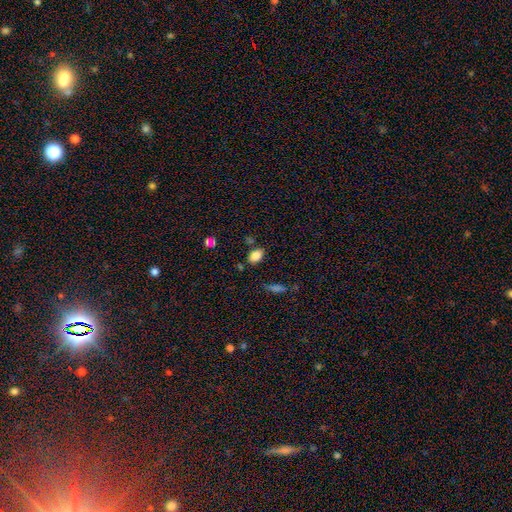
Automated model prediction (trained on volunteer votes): Q: Smooth or featured?
A: smooth (84%); runner-up: star or artifact (10%)
Q: How rounded?
A: in between (82%); runner-up: round (17%)
Q: Merging?
A: none (79%); runner-up: minor disturbance (13%)